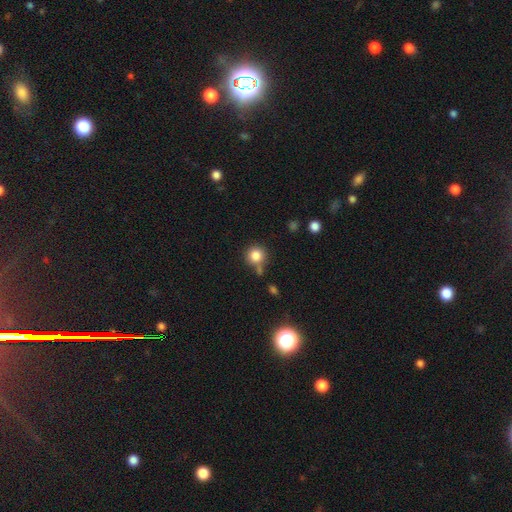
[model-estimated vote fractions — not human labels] Overall: smooth (83%). How rounded: round (92%). Merging: none (69%).